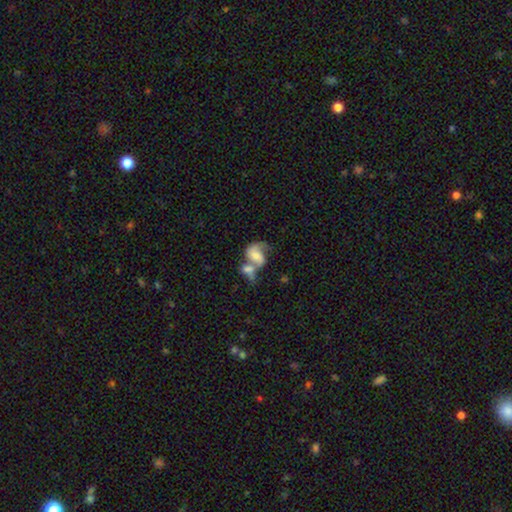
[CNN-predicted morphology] A featured or disk galaxy (51%). Merging: merger (63%).